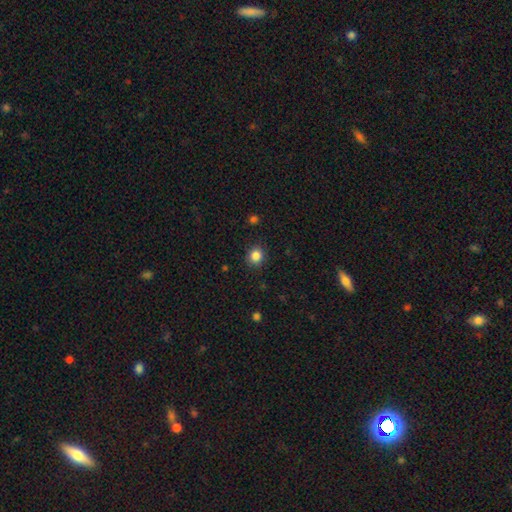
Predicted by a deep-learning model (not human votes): Morphology: type=smooth (85%); roundness=round (83%); merging=none (89%).